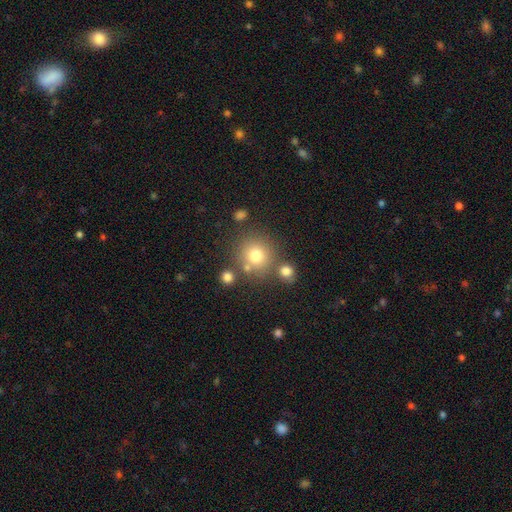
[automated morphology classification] smooth_or_featured: smooth (p=0.75) [alt: star or artifact p=0.14]
how_rounded: round (p=0.92) [alt: in between p=0.08]
merging: none (p=0.73) [alt: merger p=0.13]